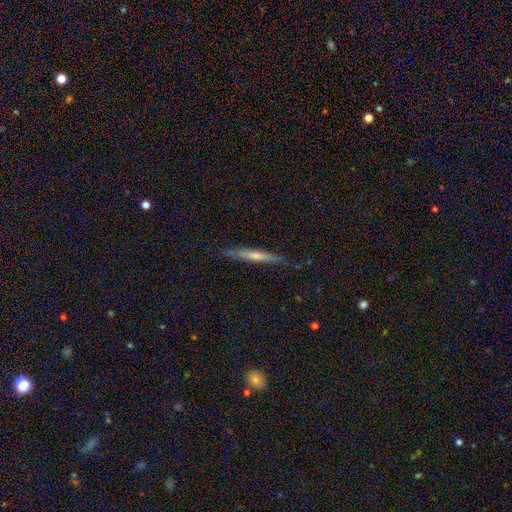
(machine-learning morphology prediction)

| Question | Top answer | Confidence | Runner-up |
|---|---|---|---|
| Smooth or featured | featured or disk | 50% | smooth (43%) |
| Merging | none | 81% | minor disturbance (15%) |